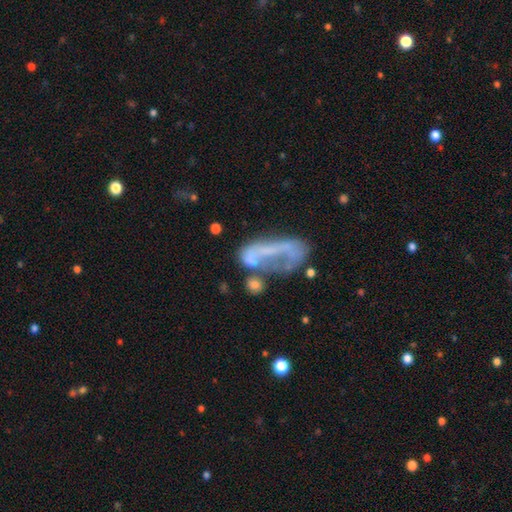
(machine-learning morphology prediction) Smooth or featured: featured or disk — 52% (smooth — 37%)
Edge-on disk: no — 93% (yes — 7%)
Merging: major disturbance — 39% (merger — 27%)